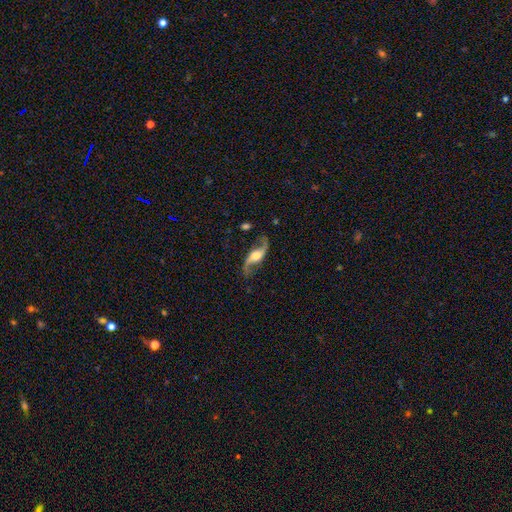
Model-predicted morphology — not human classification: Q: Smooth or featured?
A: featured or disk (88%); runner-up: smooth (7%)
Q: Edge-on disk?
A: no (92%); runner-up: yes (8%)
Q: Bar?
A: no (49%); runner-up: weak (34%)
Q: Spiral arms?
A: yes (96%); runner-up: no (4%)
Q: Spiral winding?
A: loose (82%); runner-up: medium (14%)
Q: Spiral arm count?
A: 2 (94%); runner-up: 1 (2%)
Q: Bulge size?
A: moderate (41%); runner-up: large (36%)
Q: Merging?
A: none (76%); runner-up: minor disturbance (14%)